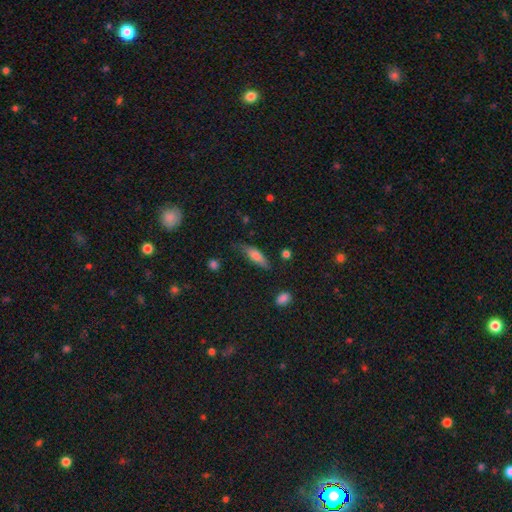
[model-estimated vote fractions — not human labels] A smooth galaxy with no disk features (73%) that is in between round and cigar-shaped (52%).

Vote fractions:
- Smooth or featured? smooth: 73% / featured or disk: 20% / star or artifact: 7%
- How rounded? in between: 52% / cigar-shaped: 46% / round: 3%
- Merging? none: 60% / minor disturbance: 29% / major disturbance: 8% / merger: 2%